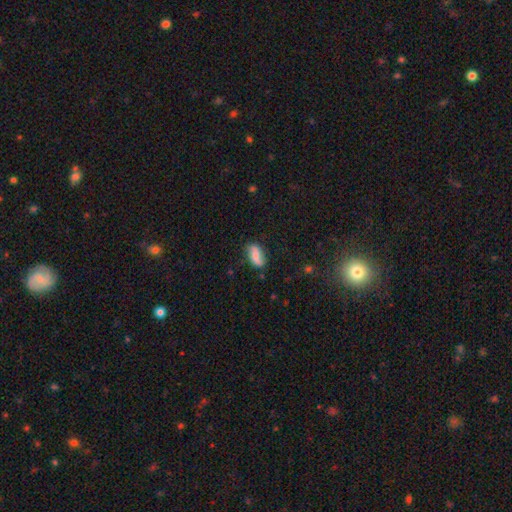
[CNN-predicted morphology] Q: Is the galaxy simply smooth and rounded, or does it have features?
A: smooth — 65%.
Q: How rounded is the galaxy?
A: in between — 86%.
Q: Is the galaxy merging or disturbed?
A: none — 73%.